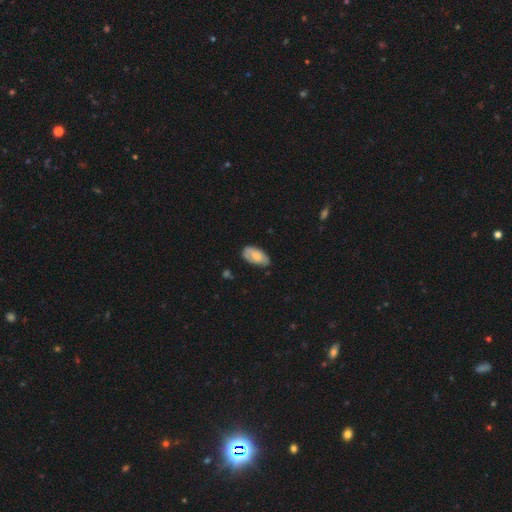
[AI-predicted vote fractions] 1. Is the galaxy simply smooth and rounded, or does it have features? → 67% smooth, 26% featured or disk, 6% star or artifact.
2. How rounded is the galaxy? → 94% in between, 3% cigar-shaped, 3% round.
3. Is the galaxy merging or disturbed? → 64% none, 29% minor disturbance, 6% major disturbance, 2% merger.